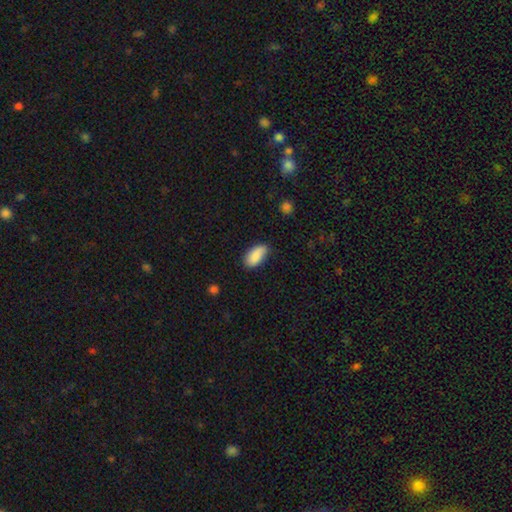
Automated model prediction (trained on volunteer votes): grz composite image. It shows a smooth galaxy with no disk features (87%) that is in between round and cigar-shaped (93%). Merging: none (74%).